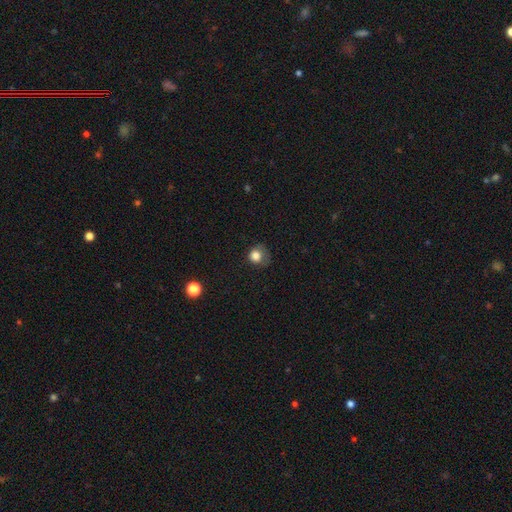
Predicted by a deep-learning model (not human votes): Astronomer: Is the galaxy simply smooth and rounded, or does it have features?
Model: smooth — 80%.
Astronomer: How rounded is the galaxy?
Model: round — 77%.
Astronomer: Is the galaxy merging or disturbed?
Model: none — 45% (runner-up: minor disturbance, 32%).